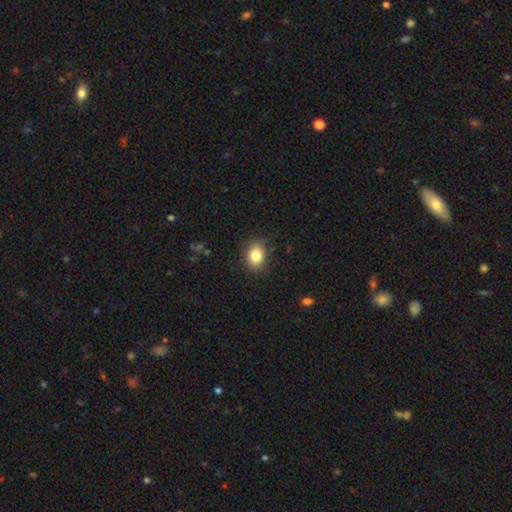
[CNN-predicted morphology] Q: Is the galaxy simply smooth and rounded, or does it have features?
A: smooth — 84%.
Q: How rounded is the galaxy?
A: in between — 59%.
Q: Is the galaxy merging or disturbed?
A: none — 85%.